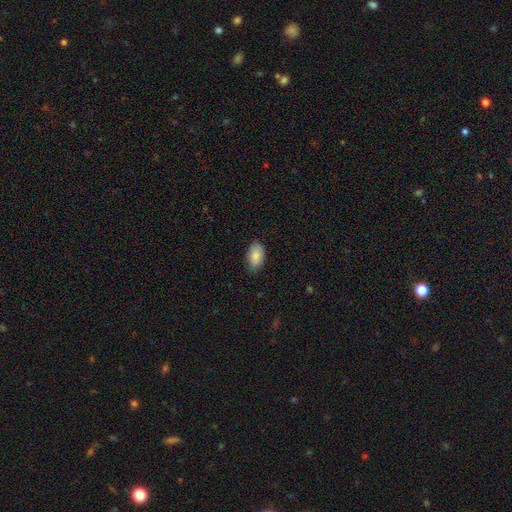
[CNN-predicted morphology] This is clearly a smooth galaxy (87%). How rounded: clearly in between (93%). Merging: likely none (78%).